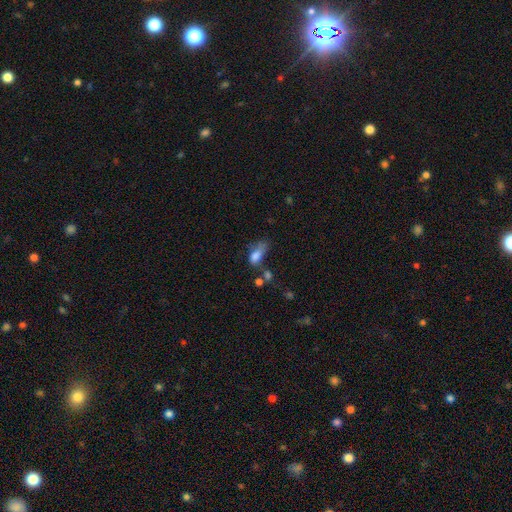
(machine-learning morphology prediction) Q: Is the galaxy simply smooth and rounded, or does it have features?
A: smooth — 74%.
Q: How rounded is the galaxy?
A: in between — 82%.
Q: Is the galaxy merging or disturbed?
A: major disturbance — 33%.